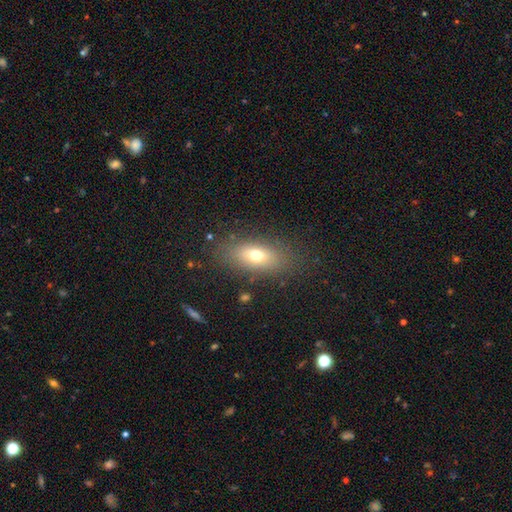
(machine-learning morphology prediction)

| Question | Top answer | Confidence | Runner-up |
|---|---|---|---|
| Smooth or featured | smooth | 67% | featured or disk (21%) |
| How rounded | in between | 75% | cigar-shaped (14%) |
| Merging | none | 82% | minor disturbance (11%) |